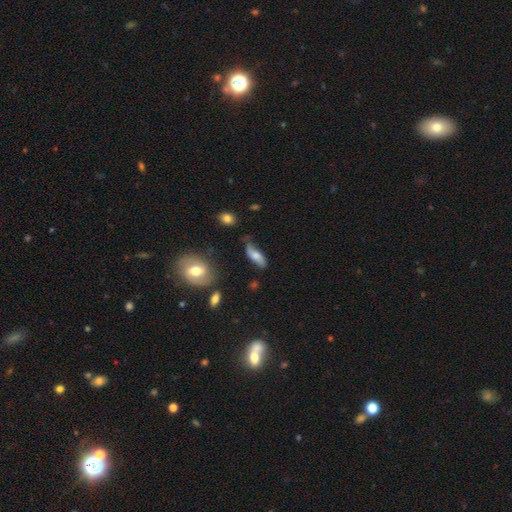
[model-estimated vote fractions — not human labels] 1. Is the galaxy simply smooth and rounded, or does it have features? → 57% smooth, 35% featured or disk, 8% star or artifact.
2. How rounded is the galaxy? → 65% in between, 31% cigar-shaped, 3% round.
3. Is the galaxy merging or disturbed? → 56% none, 30% minor disturbance, 10% major disturbance, 4% merger.